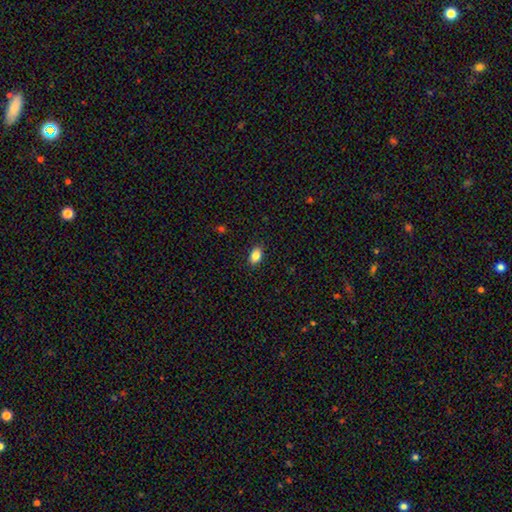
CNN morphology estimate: smooth-or-featured: smooth: 86% | star or artifact: 9% | featured or disk: 6%
  how-rounded: in between: 86% | round: 13% | cigar-shaped: 2%
  merging: none: 89% | minor disturbance: 8% | major disturbance: 2% | merger: 1%